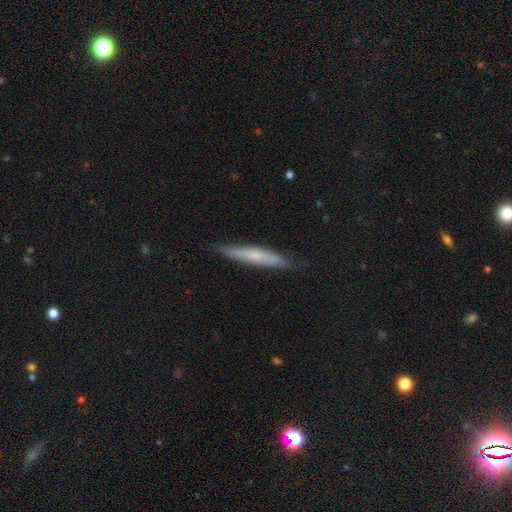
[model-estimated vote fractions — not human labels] smooth_or_featured: smooth (p=0.57) [alt: featured or disk p=0.37]
how_rounded: cigar-shaped (p=0.93) [alt: in between p=0.05]
merging: none (p=0.84) [alt: minor disturbance p=0.13]